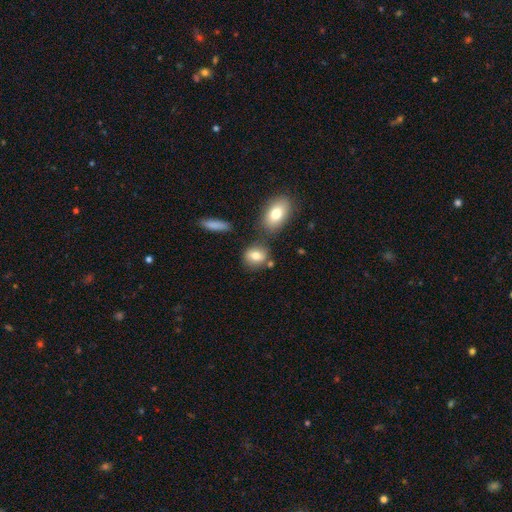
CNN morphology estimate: smooth 78%, featured or disk 13%, star or artifact 9%. Down the decision tree: how rounded — round (49%, tied with in between); merging — none (68%).